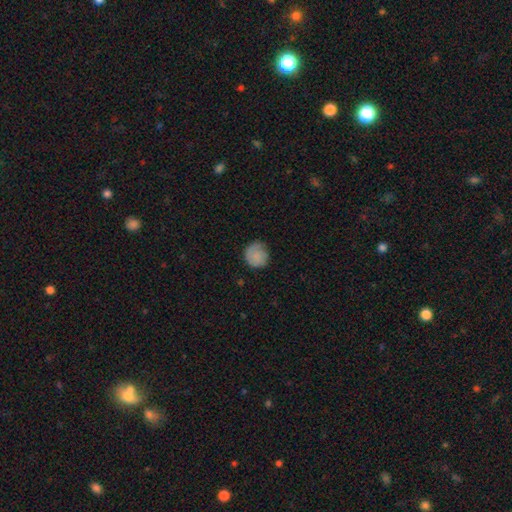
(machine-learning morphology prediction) Smooth or featured? Predicted: smooth (p=0.80). How rounded? Predicted: round (p=0.90). Merging? Predicted: none (p=0.70).